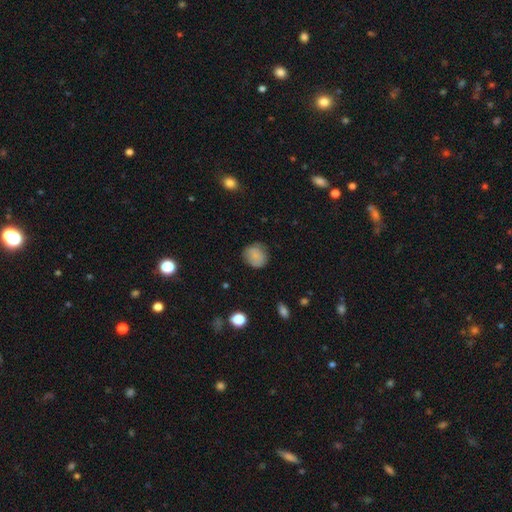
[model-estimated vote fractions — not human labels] Smooth or featured? Predicted: smooth (p=0.80). How rounded? Predicted: round (p=0.74). Merging? Predicted: none (p=0.72).